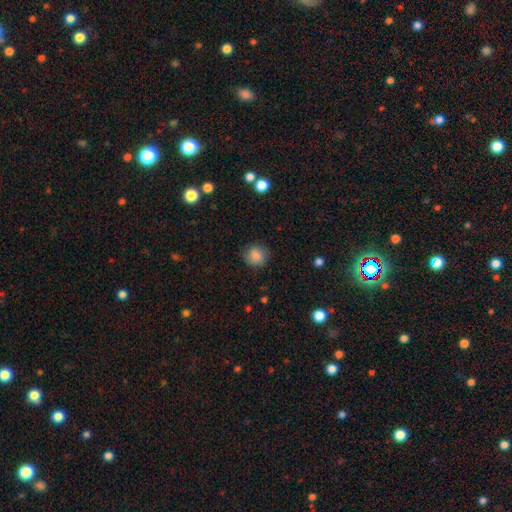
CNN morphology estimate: Overall: smooth (83%). How rounded: round (82%). Merging: none (82%).